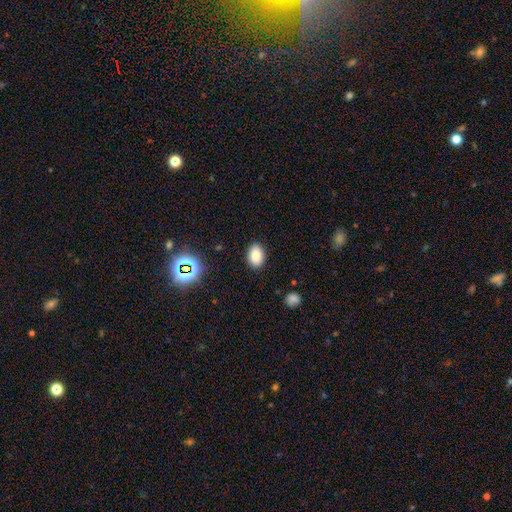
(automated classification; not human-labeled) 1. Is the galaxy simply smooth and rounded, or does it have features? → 82% smooth, 11% star or artifact, 7% featured or disk.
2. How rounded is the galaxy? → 84% in between, 15% round, 1% cigar-shaped.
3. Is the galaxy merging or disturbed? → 88% none, 9% minor disturbance, 2% major disturbance, 1% merger.